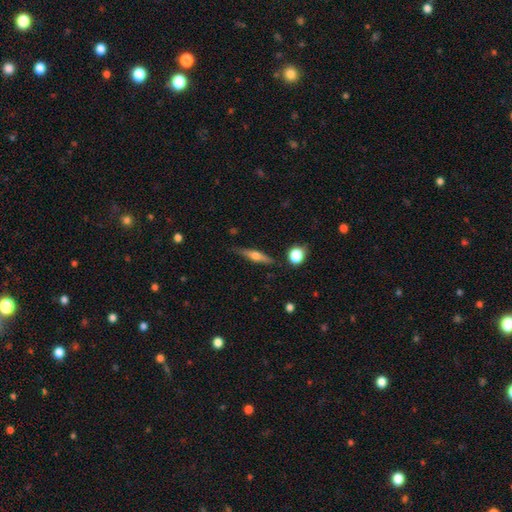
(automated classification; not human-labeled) Morphology: type=featured or disk (58%); edge-on=yes (95%); edge-on bulge=rounded (91%); merging=none (80%).